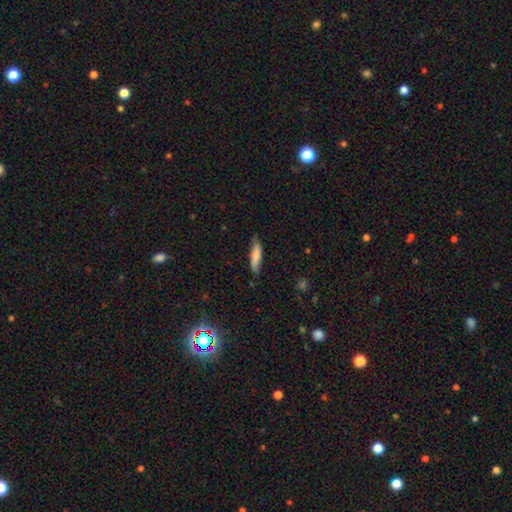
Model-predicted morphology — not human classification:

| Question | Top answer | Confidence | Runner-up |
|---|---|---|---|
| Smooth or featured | smooth | 78% | featured or disk (15%) |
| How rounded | cigar-shaped | 72% | in between (27%) |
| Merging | none | 71% | minor disturbance (24%) |